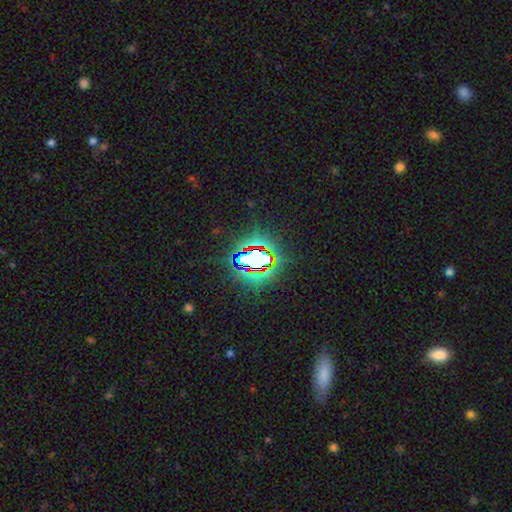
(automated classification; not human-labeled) This is likely a star or artifact rather than a galaxy (78%).